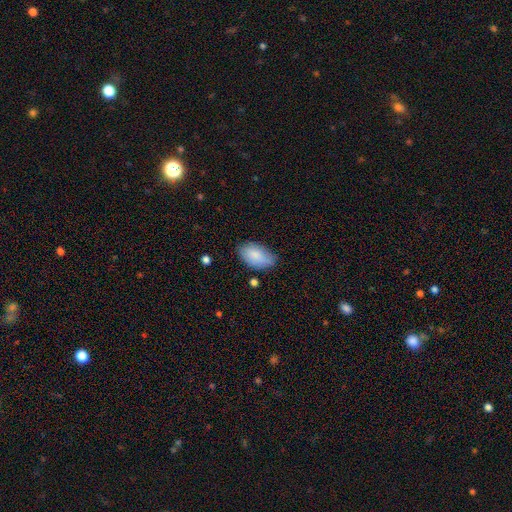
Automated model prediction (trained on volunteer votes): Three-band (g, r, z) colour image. It shows a smooth galaxy with no disk features (84%) that is in between round and cigar-shaped (94%). Merging: none (67%).